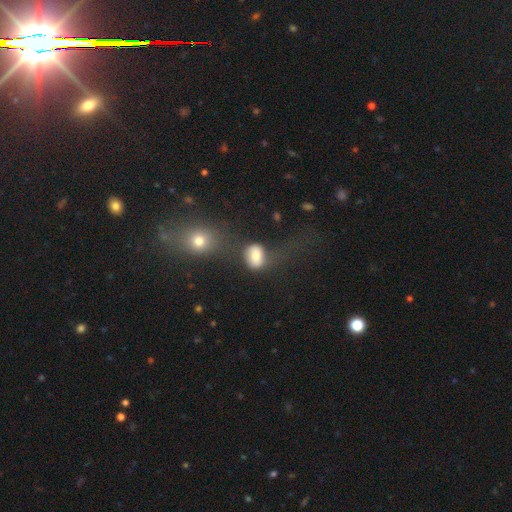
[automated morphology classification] smooth_or_featured: smooth (p=0.74) [alt: featured or disk p=0.16]
how_rounded: in between (p=0.65) [alt: round p=0.33]
merging: none (p=0.34) [alt: major disturbance p=0.29]